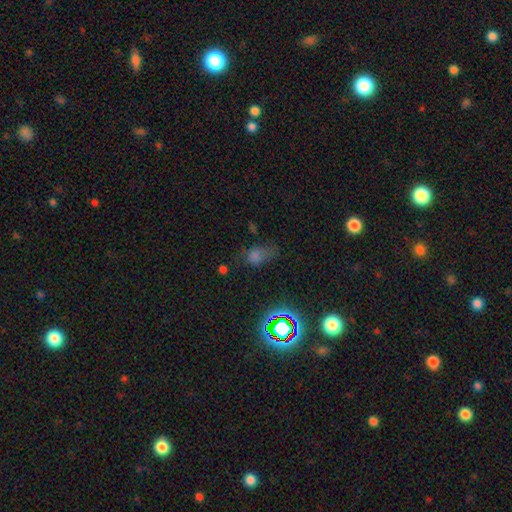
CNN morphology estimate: smooth 54%, star or artifact 33%, featured or disk 13%. Down the decision tree: how rounded — in between (70%); merging — none (51%).